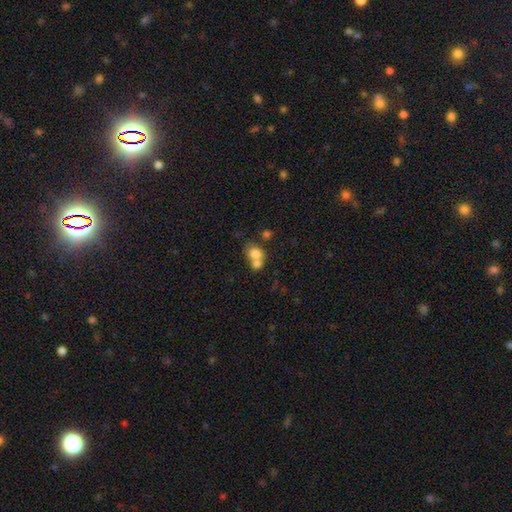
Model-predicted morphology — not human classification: A smooth galaxy with no disk features (75%) that is round (54%).

Vote fractions:
- Smooth or featured? smooth: 75% / featured or disk: 15% / star or artifact: 10%
- How rounded? round: 54% / in between: 45% / cigar-shaped: 1%
- Merging? merger: 65% / none: 24% / minor disturbance: 6% / major disturbance: 4%